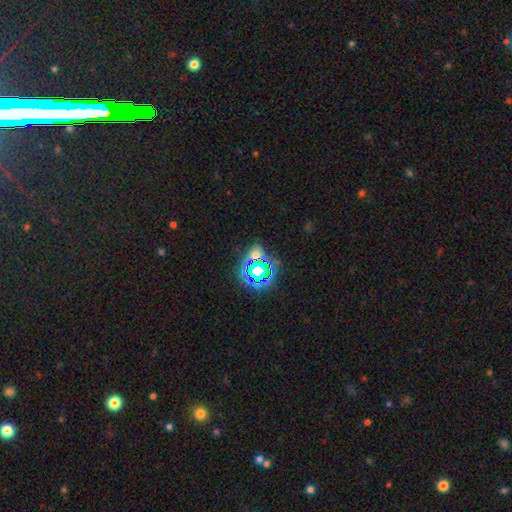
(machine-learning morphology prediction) Smooth or featured? star or artifact (63%)